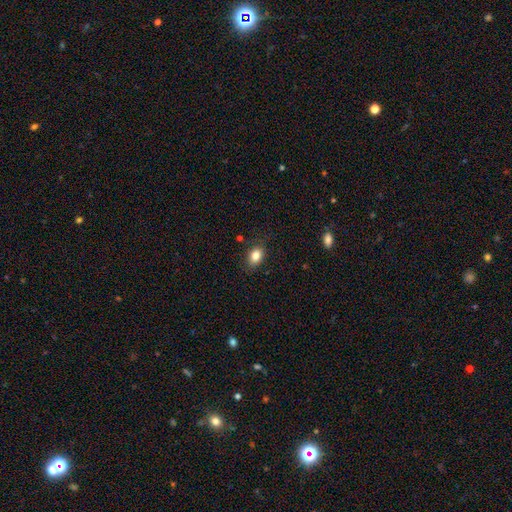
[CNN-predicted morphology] A smooth galaxy with no disk features (84%) that is in between round and cigar-shaped (78%).

Vote fractions:
- Smooth or featured? smooth: 84% / star or artifact: 9% / featured or disk: 7%
- How rounded? in between: 78% / round: 21% / cigar-shaped: 1%
- Merging? none: 82% / minor disturbance: 13% / major disturbance: 3% / merger: 2%